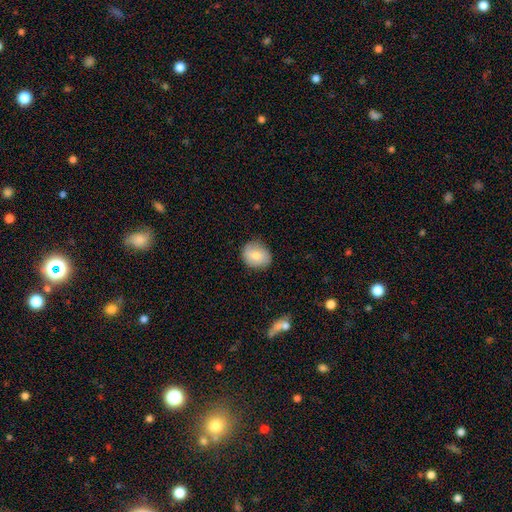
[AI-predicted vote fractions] Morphology: type=smooth (78%); roundness=round (68%); merging=none (81%).